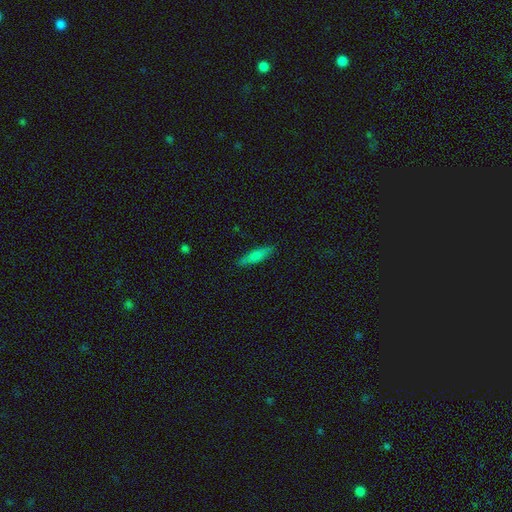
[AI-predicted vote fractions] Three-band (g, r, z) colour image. It shows a smooth galaxy with no disk features (71%) that is cigar-shaped (76%). Merging: none (87%).